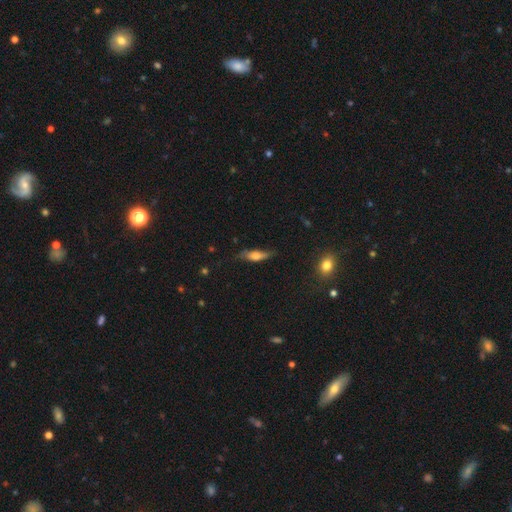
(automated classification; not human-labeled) A smooth galaxy with no disk features (53%) that is cigar-shaped (52%).

Vote fractions:
- Smooth or featured? smooth: 53% / featured or disk: 39% / star or artifact: 8%
- How rounded? cigar-shaped: 52% / in between: 44% / round: 3%
- Merging? none: 66% / minor disturbance: 25% / major disturbance: 8% / merger: 2%